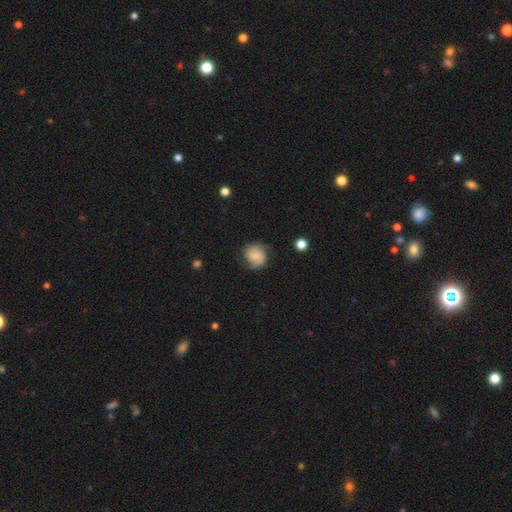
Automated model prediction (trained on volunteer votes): This appears to be a featured or disk galaxy (59%) with no bar (50%), 2 (78%) medium (44%) spiral arms (93%) and a small central bulge (49%). Merging: none (70%).